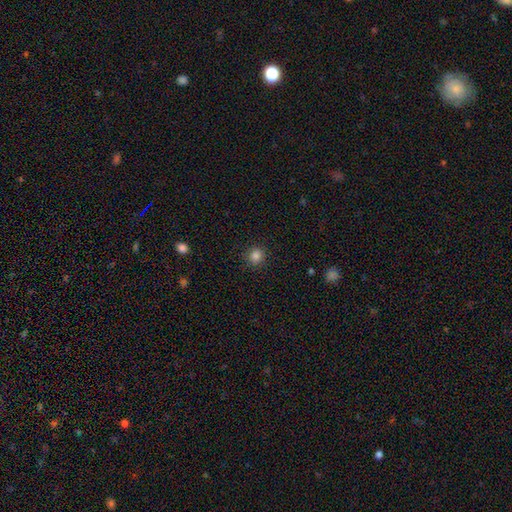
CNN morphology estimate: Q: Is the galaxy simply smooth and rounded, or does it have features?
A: smooth — 84%.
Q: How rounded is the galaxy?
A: round — 87%.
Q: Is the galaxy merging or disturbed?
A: none — 89%.